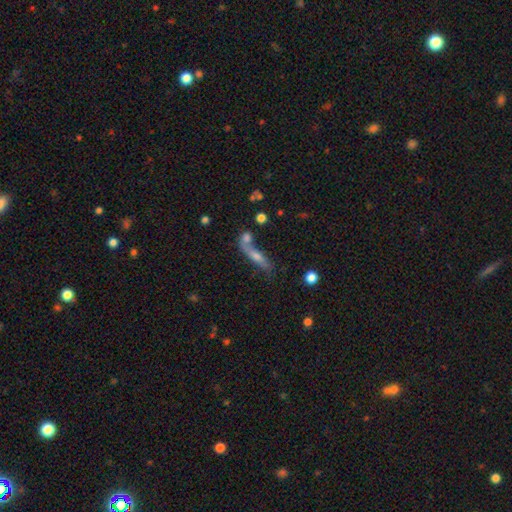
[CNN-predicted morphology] This appears to be a smooth galaxy with no disk features (46%). Merging: none (46%).